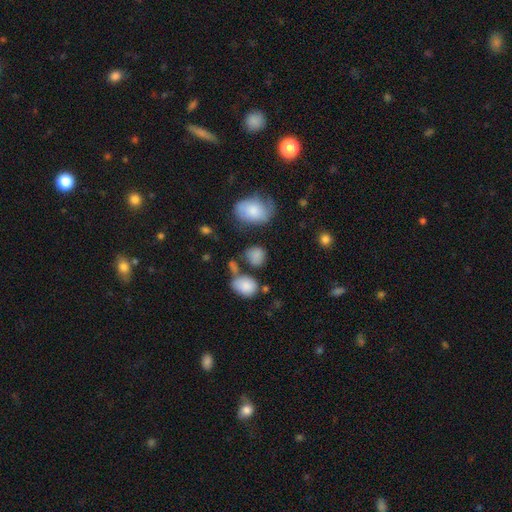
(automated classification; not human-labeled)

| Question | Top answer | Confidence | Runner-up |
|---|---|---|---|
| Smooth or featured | smooth | 82% | star or artifact (10%) |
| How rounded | round | 61% | in between (38%) |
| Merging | none | 57% | minor disturbance (17%) |